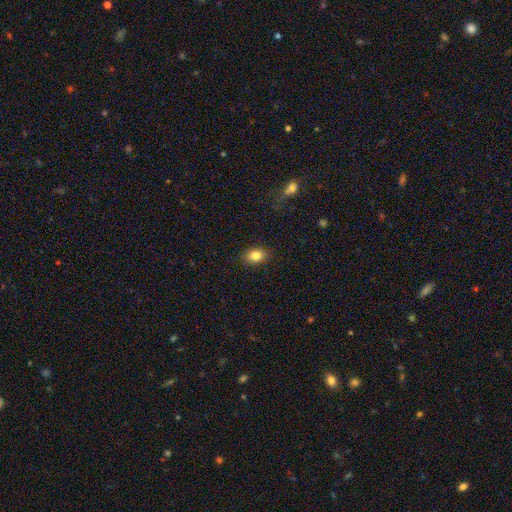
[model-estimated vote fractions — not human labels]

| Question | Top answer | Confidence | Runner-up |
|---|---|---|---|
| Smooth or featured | smooth | 83% | star or artifact (9%) |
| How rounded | in between | 77% | round (22%) |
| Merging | none | 88% | minor disturbance (9%) |